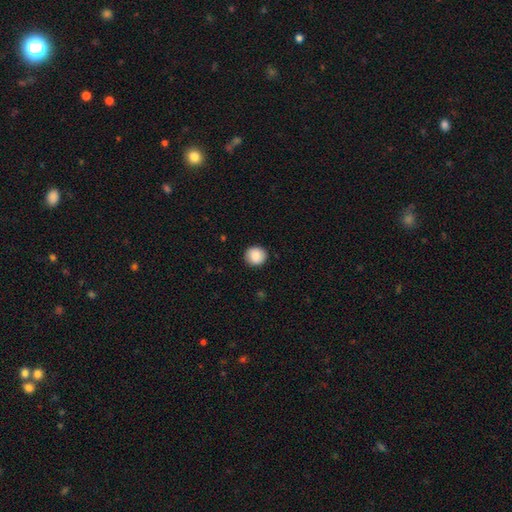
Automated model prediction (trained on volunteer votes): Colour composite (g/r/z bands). It shows a smooth galaxy with no disk features (89%) that is round (90%). Merging: none (90%).